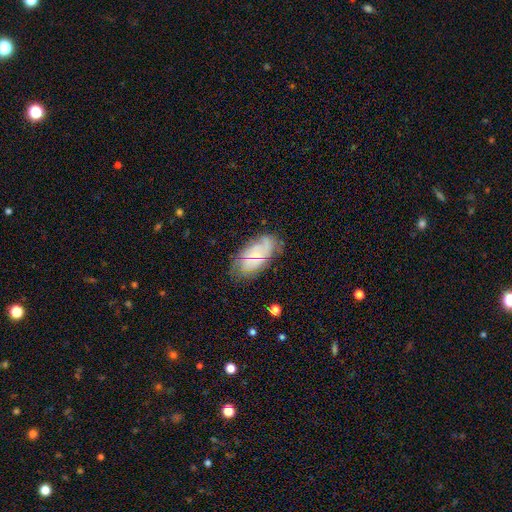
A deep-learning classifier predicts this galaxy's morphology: Smooth or featured? Predicted: featured or disk (p=0.65). Edge-on disk? Predicted: no (p=0.94). Bar? Predicted: no (p=0.65). Spiral arms? Predicted: yes (p=0.86). Spiral winding? Predicted: tight (p=0.56). Spiral arm count? Predicted: can't tell (p=0.47). Bulge size? Predicted: small (p=0.71). Merging? Predicted: none (p=0.69).